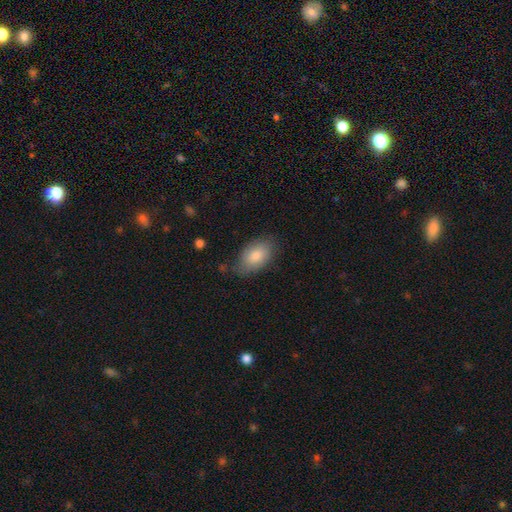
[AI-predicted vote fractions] Overall: smooth (79%). How rounded: in between (92%). Merging: none (72%).